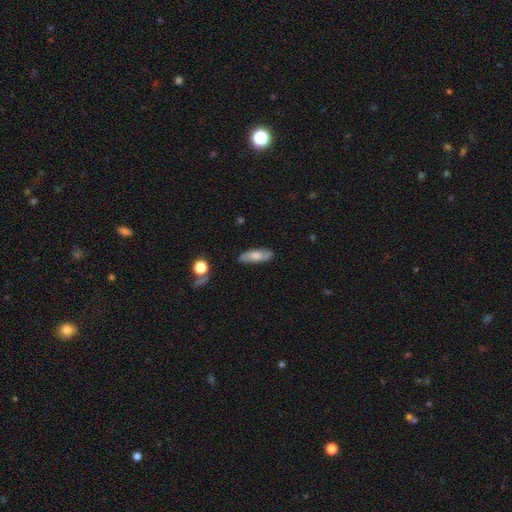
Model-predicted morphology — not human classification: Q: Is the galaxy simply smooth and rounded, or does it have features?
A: smooth — 59%.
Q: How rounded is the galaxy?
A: in between — 64%.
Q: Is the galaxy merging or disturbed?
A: none — 84%.